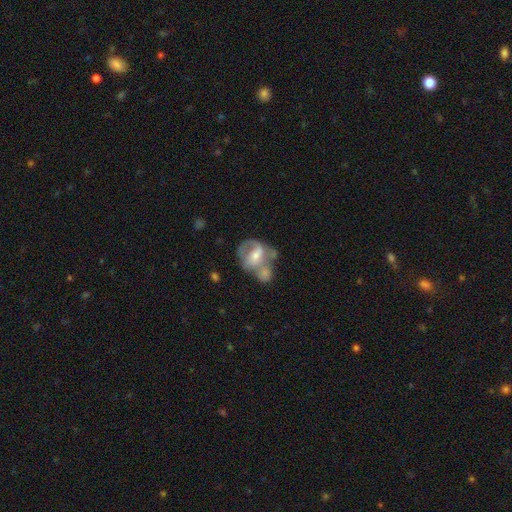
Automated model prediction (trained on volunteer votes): smooth_or_featured: featured or disk (p=0.55) [alt: smooth p=0.38]
disk_edge_on: no (p=0.96) [alt: yes p=0.04]
bar: no (p=0.40) [alt: weak p=0.39]
has_spiral_arms: yes (p=0.51) [alt: no p=0.49]
bulge_size: moderate (p=0.55) [alt: small p=0.35]
merging: merger (p=0.45) [alt: none p=0.23]